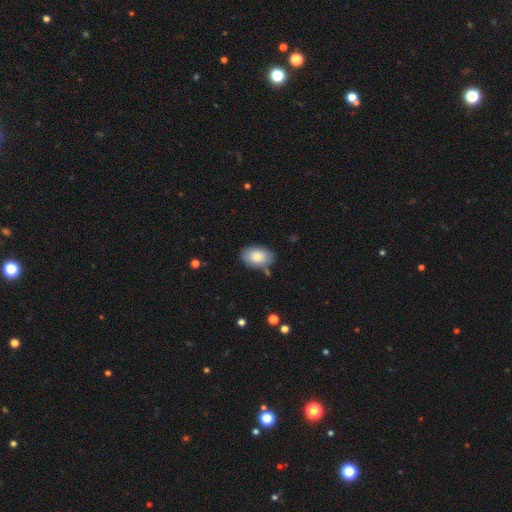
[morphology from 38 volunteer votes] A smooth galaxy with no disk features (76%) that is in between round and cigar-shaped (83%). Merging: none (76%).